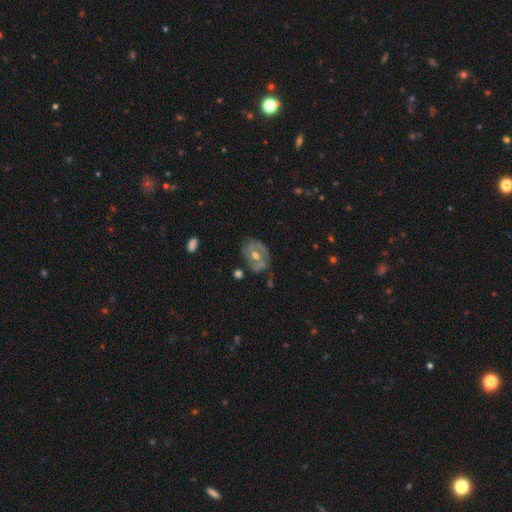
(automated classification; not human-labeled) smooth-or-featured: featured or disk: 71% | smooth: 20% | star or artifact: 9%
  disk-edge-on: no: 95% | yes: 5%
    bar: no: 43% | weak: 39% | strong: 18%
    has-spiral-arms: yes: 65% | no: 35%
    bulge-size: moderate: 68% | small: 27% | large: 3% | none: 1% | dominant: 1%
  merging: none: 65% | minor disturbance: 22% | major disturbance: 9% | merger: 4%